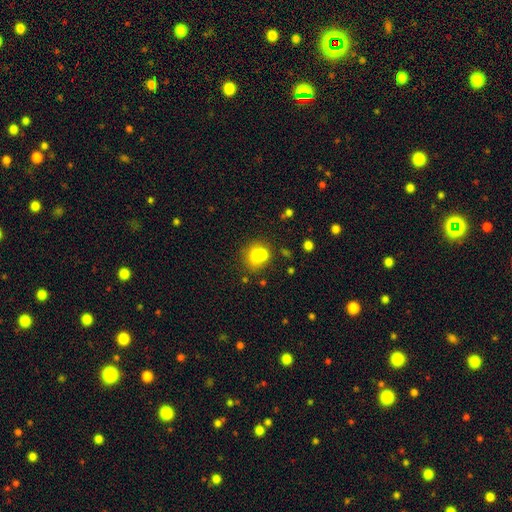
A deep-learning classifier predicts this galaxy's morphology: The model was most divided on "merging": merger: 50%, none: 37%, minor disturbance: 8%, major disturbance: 4%. More confident: how rounded — round (73%); smooth or featured — smooth (66%).